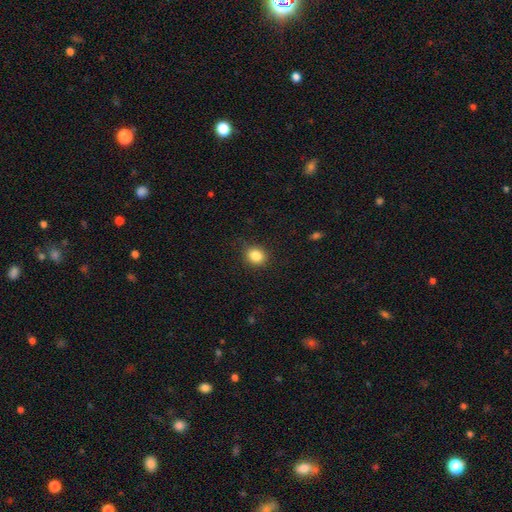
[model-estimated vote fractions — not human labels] A smooth galaxy with no disk features (86%) that is round (66%).

Vote fractions:
- Smooth or featured? smooth: 86% / star or artifact: 10% / featured or disk: 4%
- How rounded? round: 66% / in between: 33% / cigar-shaped: 1%
- Merging? none: 87% / minor disturbance: 10% / major disturbance: 3% / merger: 1%